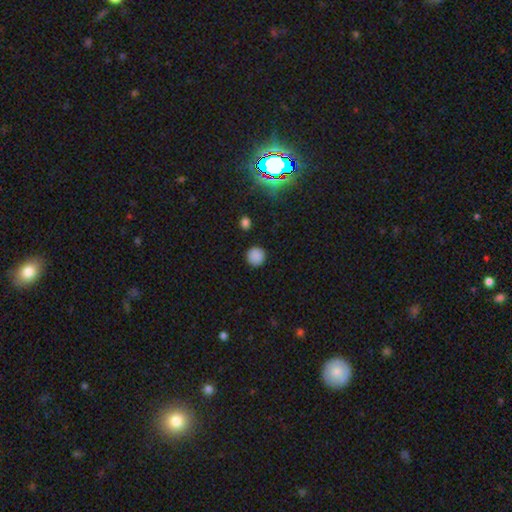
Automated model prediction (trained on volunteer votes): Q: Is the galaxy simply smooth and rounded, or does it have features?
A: smooth — 86%.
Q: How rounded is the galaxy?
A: round — 94%.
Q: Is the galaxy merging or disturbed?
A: none — 91%.